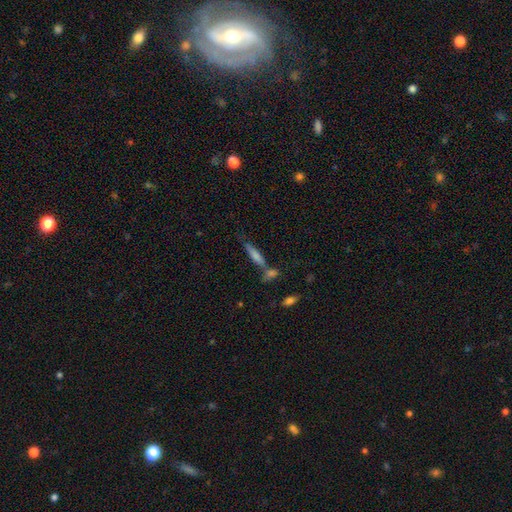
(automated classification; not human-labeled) Smooth or featured? smooth (43%)
Merging? none (59%)